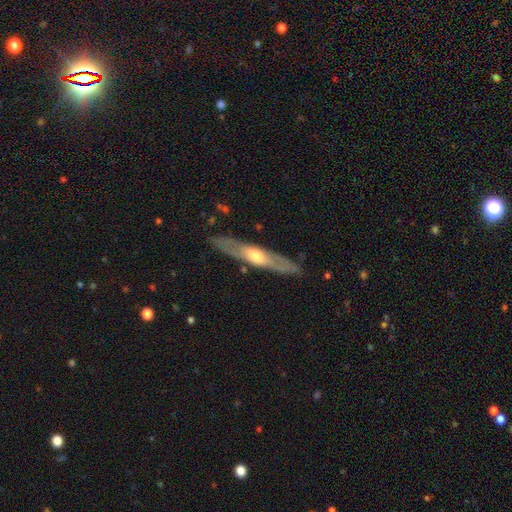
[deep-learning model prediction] smooth_or_featured: featured or disk (p=0.66) [alt: smooth p=0.29]
disk_edge_on: yes (p=0.73) [alt: no p=0.27]
merging: none (p=0.86) [alt: minor disturbance p=0.10]